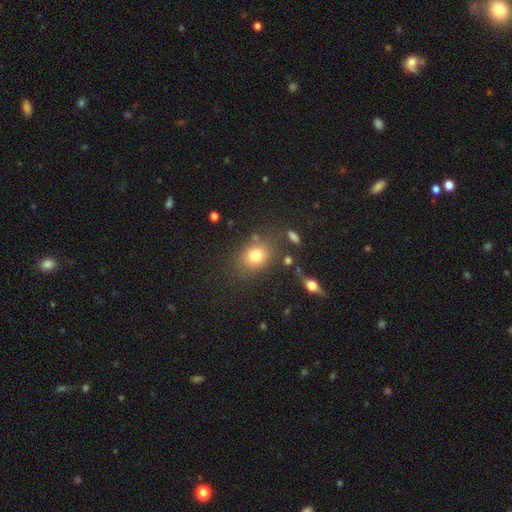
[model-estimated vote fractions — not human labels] smooth 77%, star or artifact 13%, featured or disk 11%. Down the decision tree: how rounded — in between (50%); merging — none (76%).